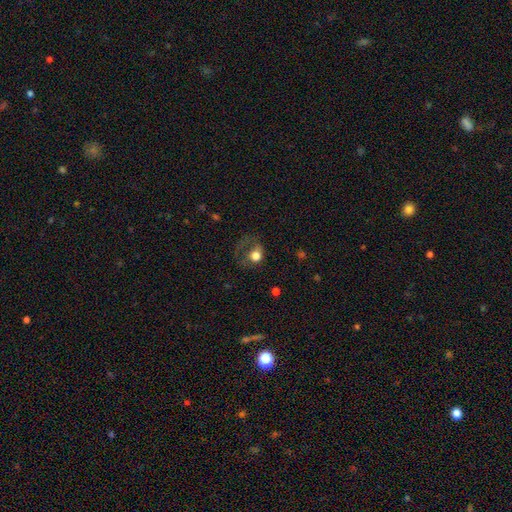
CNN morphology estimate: A smooth galaxy with no disk features (70%) that is round (65%).

Vote fractions:
- Smooth or featured? smooth: 70% / featured or disk: 19% / star or artifact: 12%
- How rounded? round: 65% / in between: 34% / cigar-shaped: 1%
- Merging? major disturbance: 47% / none: 29% / minor disturbance: 21% / merger: 3%